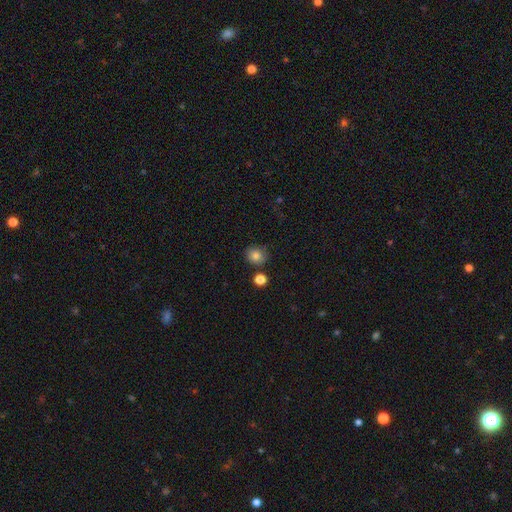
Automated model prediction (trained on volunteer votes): smooth-or-featured: smooth: 81% | star or artifact: 11% | featured or disk: 7%
  how-rounded: round: 80% | in between: 19% | cigar-shaped: 1%
  merging: none: 79% | minor disturbance: 11% | merger: 7% | major disturbance: 3%